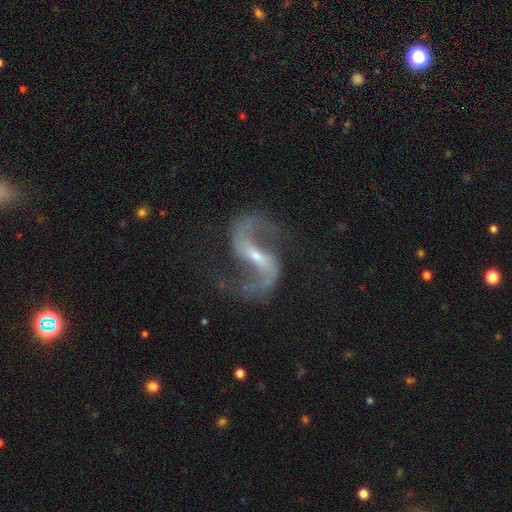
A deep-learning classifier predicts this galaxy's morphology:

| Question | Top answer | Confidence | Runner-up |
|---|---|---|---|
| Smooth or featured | featured or disk | 92% | star or artifact (5%) |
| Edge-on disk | no | 98% | yes (2%) |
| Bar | strong | 43% | weak (38%) |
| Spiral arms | yes | 98% | no (2%) |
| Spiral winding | loose | 67% | medium (27%) |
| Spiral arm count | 2 | 94% | 1 (1%) |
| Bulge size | small | 68% | moderate (26%) |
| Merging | none | 74% | minor disturbance (13%) |